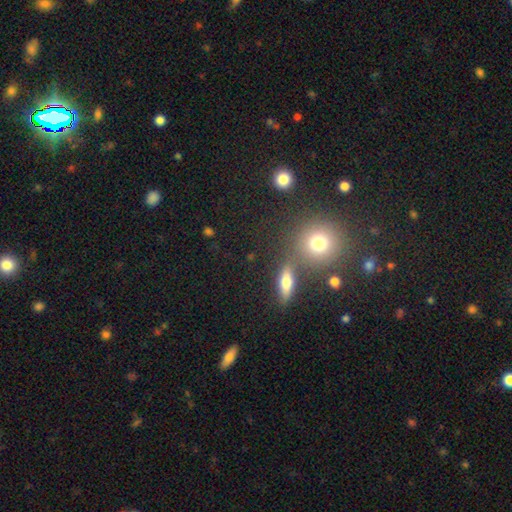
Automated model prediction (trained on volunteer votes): Smooth or featured: smooth — 50% (star or artifact — 31%)
How rounded: round — 55% (in between — 31%)
Merging: none — 71% (merger — 15%)